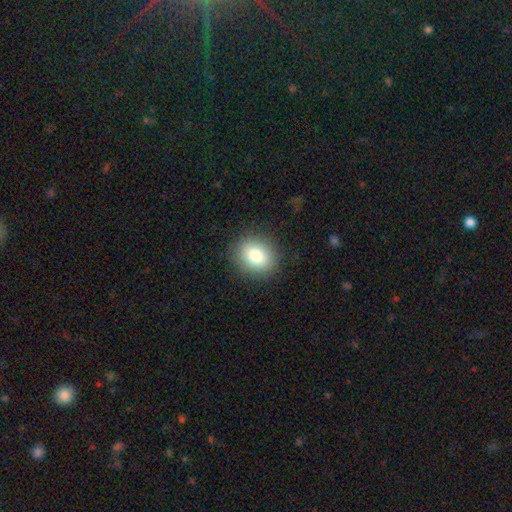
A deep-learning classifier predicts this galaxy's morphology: A smooth galaxy with no disk features (83%) that is round (59%).

Vote fractions:
- Smooth or featured? smooth: 83% / star or artifact: 9% / featured or disk: 8%
- How rounded? round: 59% / in between: 40% / cigar-shaped: 1%
- Merging? none: 88% / minor disturbance: 8% / major disturbance: 3% / merger: 1%